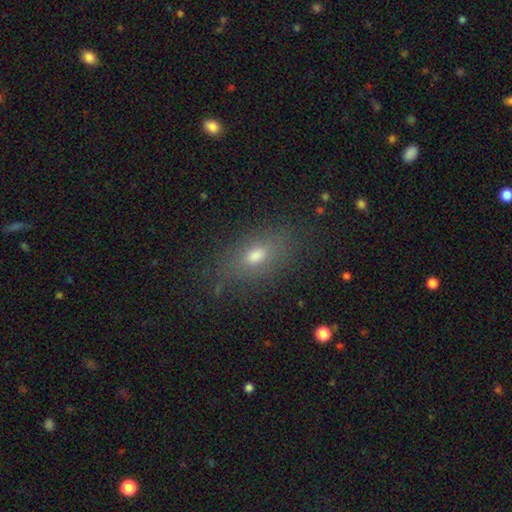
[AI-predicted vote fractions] Q: Smooth or featured?
A: smooth (71%); runner-up: featured or disk (16%)
Q: How rounded?
A: in between (80%); runner-up: round (10%)
Q: Merging?
A: none (78%); runner-up: minor disturbance (14%)